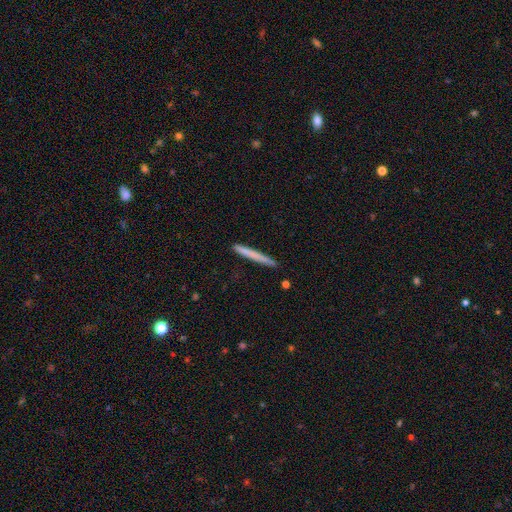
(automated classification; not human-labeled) Smooth or featured: smooth — 68% (featured or disk — 26%)
How rounded: cigar-shaped — 97% (in between — 2%)
Merging: none — 90% (minor disturbance — 7%)